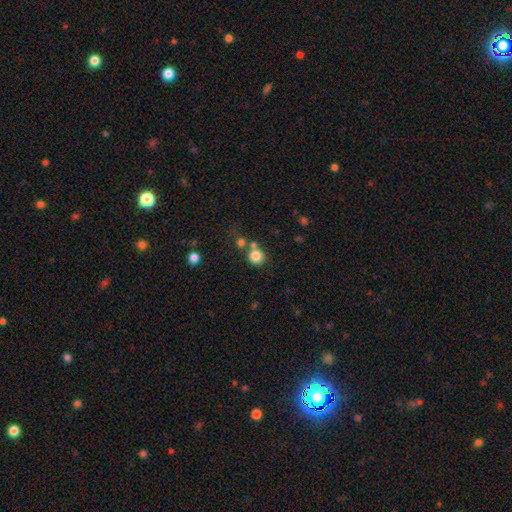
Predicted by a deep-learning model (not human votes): Q: Smooth or featured?
A: smooth (82%); runner-up: star or artifact (11%)
Q: How rounded?
A: round (92%); runner-up: in between (8%)
Q: Merging?
A: none (68%); runner-up: merger (20%)